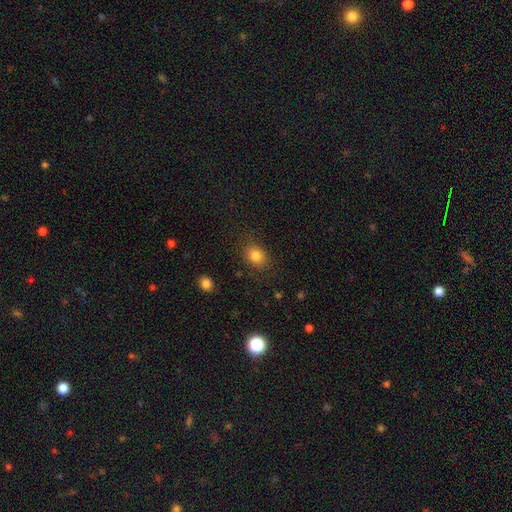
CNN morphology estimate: smooth_or_featured: smooth (p=0.82) [alt: star or artifact p=0.11]
how_rounded: in between (p=0.53) [alt: round p=0.46]
merging: none (p=0.83) [alt: minor disturbance p=0.12]